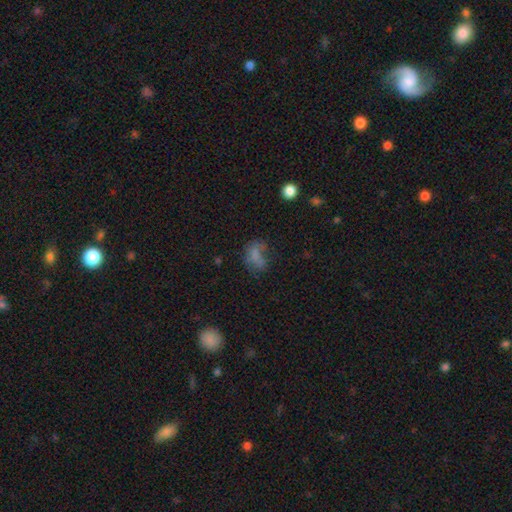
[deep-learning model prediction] This is likely a smooth galaxy (62%). How rounded: likely in between (76%). Merging: marginally none (38%).